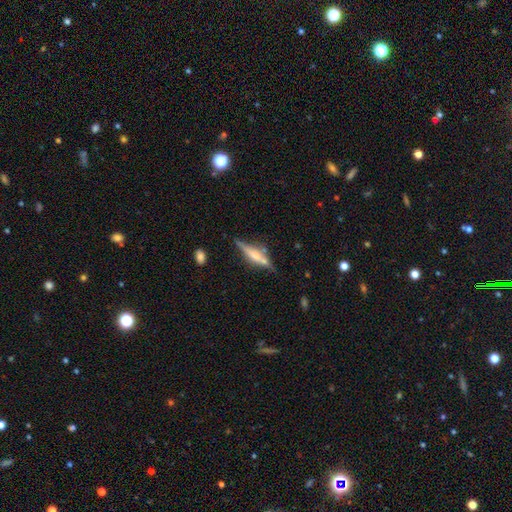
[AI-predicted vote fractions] Morphology: type=featured or disk (62%); edge-on=yes (95%); edge-on bulge=rounded (54%); merging=none (72%).